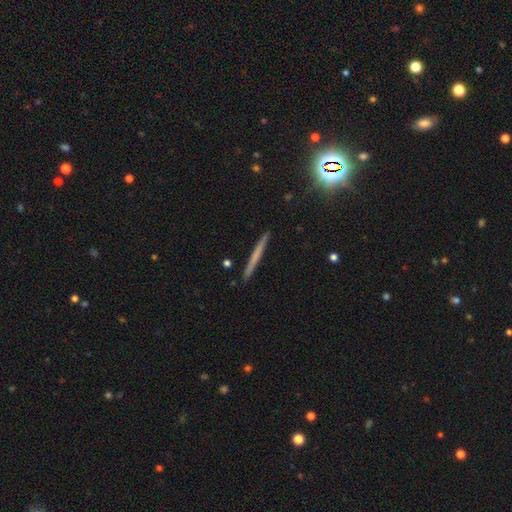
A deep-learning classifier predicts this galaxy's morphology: The model was most divided on "smooth or featured": smooth: 47%, featured or disk: 44%, star or artifact: 9%. More confident: merging — none (92%).